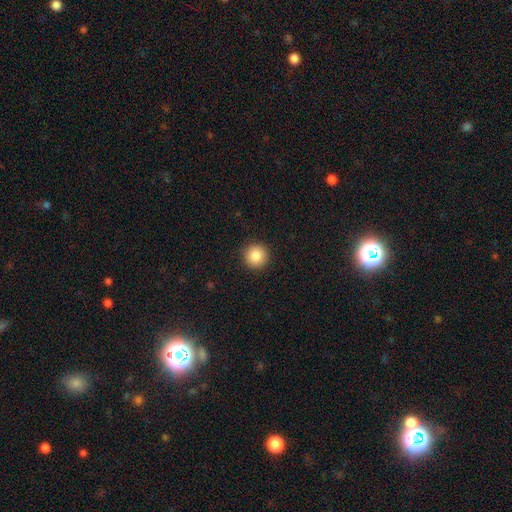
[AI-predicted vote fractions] Q: Smooth or featured?
A: smooth (86%); runner-up: star or artifact (9%)
Q: How rounded?
A: round (96%); runner-up: in between (3%)
Q: Merging?
A: none (92%); runner-up: minor disturbance (5%)